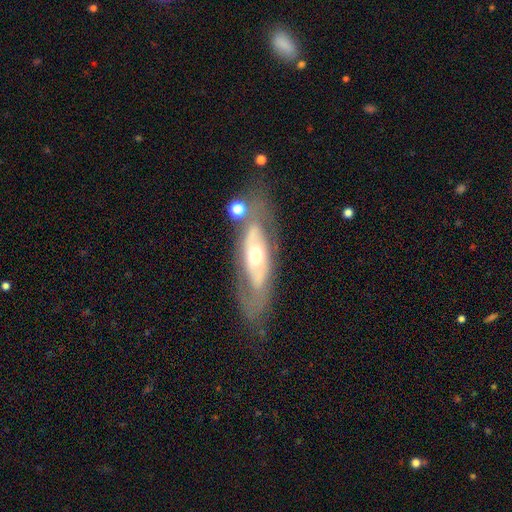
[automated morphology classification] Overall: featured or disk (69%). Edge-on disk: no (80%). Bar: no (77%). Spiral arms: no (66%; yes 34%). Bulge size: moderate (70%). Merging: none (67%).